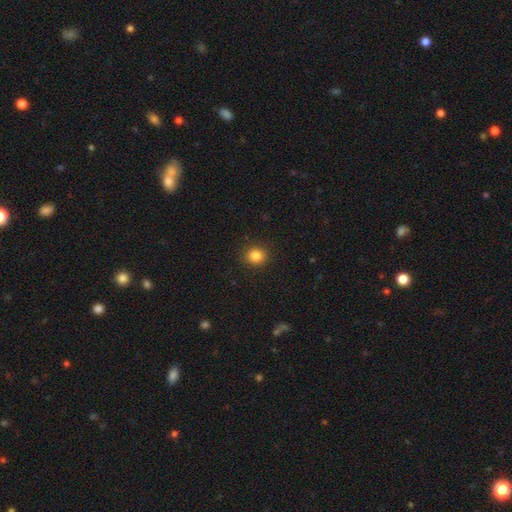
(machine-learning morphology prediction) The model was most divided on "how rounded": round: 81%, in between: 18%, cigar-shaped: 1%. More confident: merging — none (90%); smooth or featured — smooth (84%).